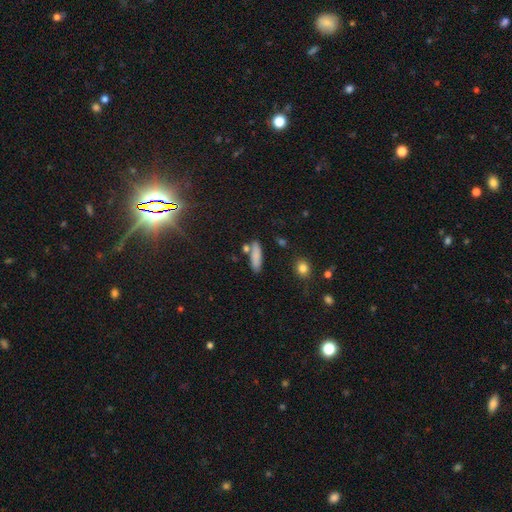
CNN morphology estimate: smooth-or-featured: smooth: 83% | featured or disk: 9% | star or artifact: 8%
  how-rounded: cigar-shaped: 57% | in between: 41% | round: 3%
  merging: none: 75% | minor disturbance: 12% | merger: 10% | major disturbance: 3%